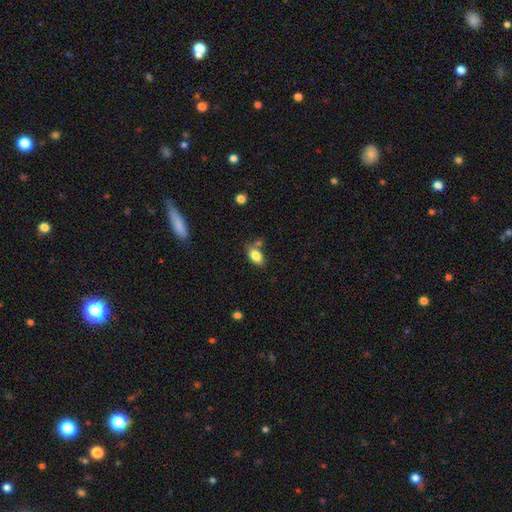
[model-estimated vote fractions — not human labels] This appears to be a smooth galaxy with no disk features (83%) that is in between round and cigar-shaped (89%). Merging: none (63%).